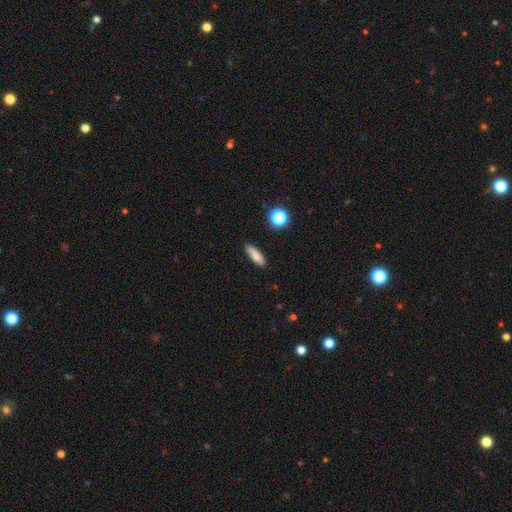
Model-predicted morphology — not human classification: The model was most divided on "how rounded": cigar-shaped: 55%, in between: 41%, round: 4%. More confident: merging — none (83%); smooth or featured — smooth (81%).